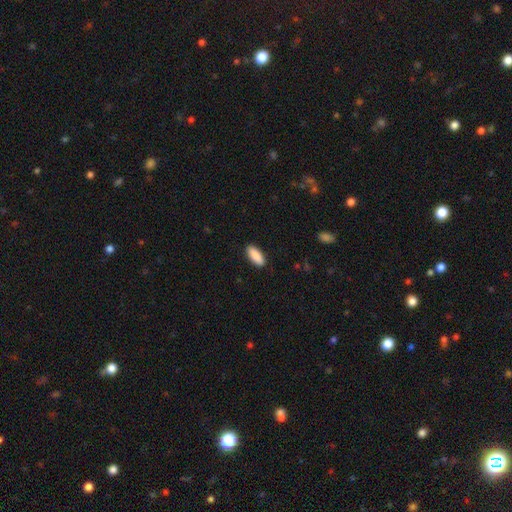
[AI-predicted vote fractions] This is clearly a smooth galaxy (90%). How rounded: likely in between (78%). Merging: clearly none (89%).